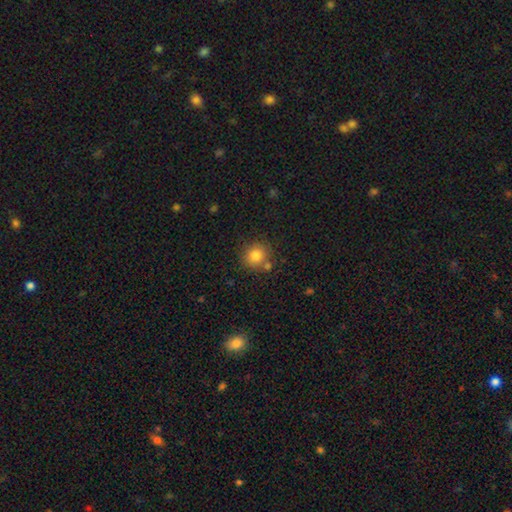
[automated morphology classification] Q: Smooth or featured?
A: smooth (83%); runner-up: star or artifact (10%)
Q: How rounded?
A: round (89%); runner-up: in between (10%)
Q: Merging?
A: none (74%); runner-up: merger (11%)